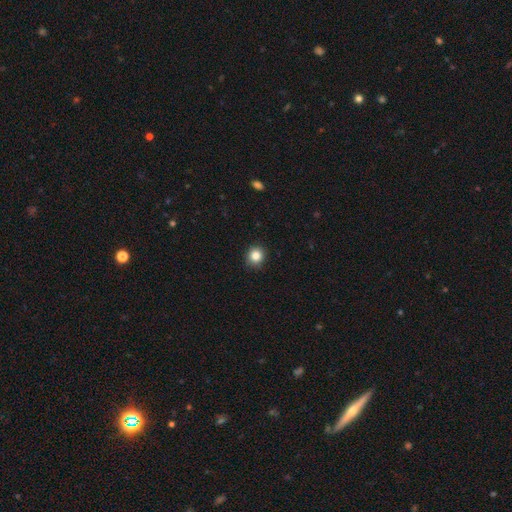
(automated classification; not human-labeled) Smooth or featured? smooth (84%)
How rounded? round (89%)
Merging? none (91%)